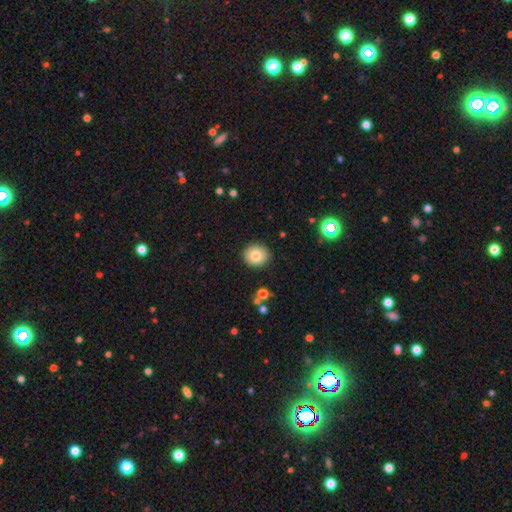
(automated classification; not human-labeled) Overall: smooth (80%). How rounded: round (85%). Merging: none (90%).